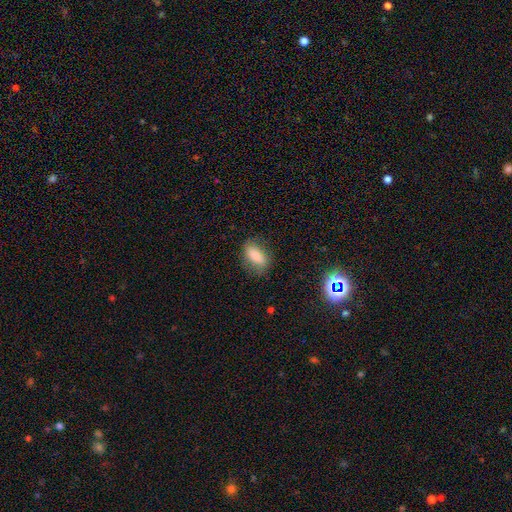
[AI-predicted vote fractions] Morphology: type=smooth (78%); roundness=in between (86%); merging=none (79%).